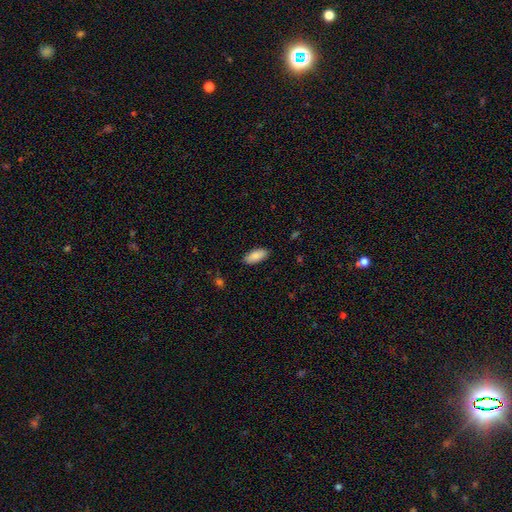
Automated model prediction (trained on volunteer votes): A smooth galaxy with no disk features (87%) that is in between round and cigar-shaped (88%). Merging: none (87%).